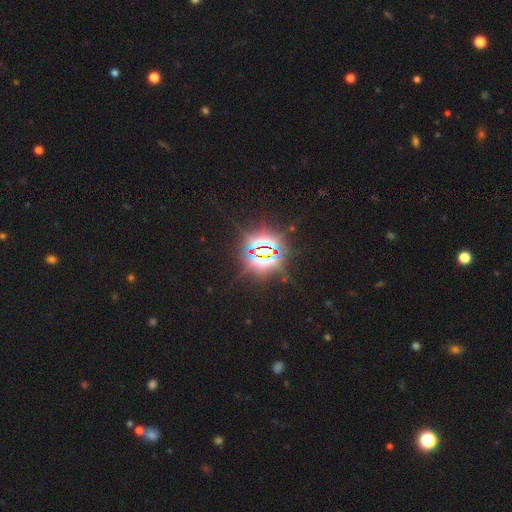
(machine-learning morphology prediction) Smooth or featured?
  - star or artifact: 82% *
  - smooth: 10%
  - featured or disk: 9%